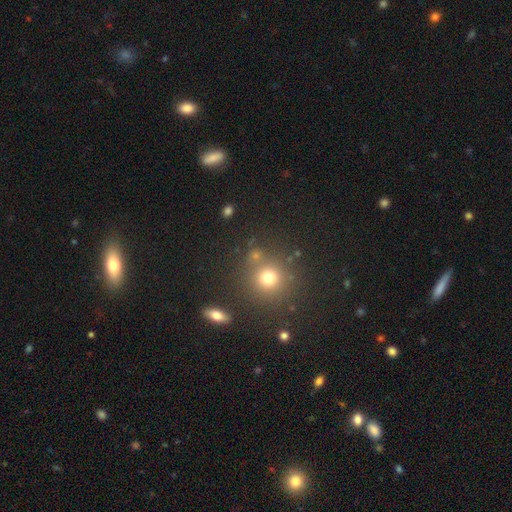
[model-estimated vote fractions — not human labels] smooth 67%, star or artifact 24%, featured or disk 9%. Down the decision tree: how rounded — round (90%); merging — none (79%).